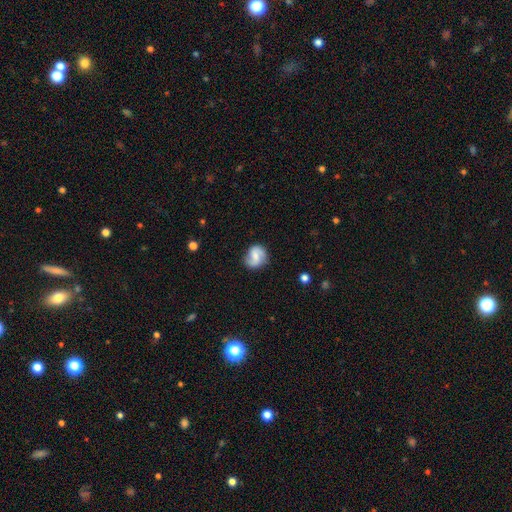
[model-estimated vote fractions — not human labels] This appears to be a featured or disk galaxy (55%) with a weak bar (46%), spiral arms (89%) and a small central bulge (40%). Merging: none (73%).